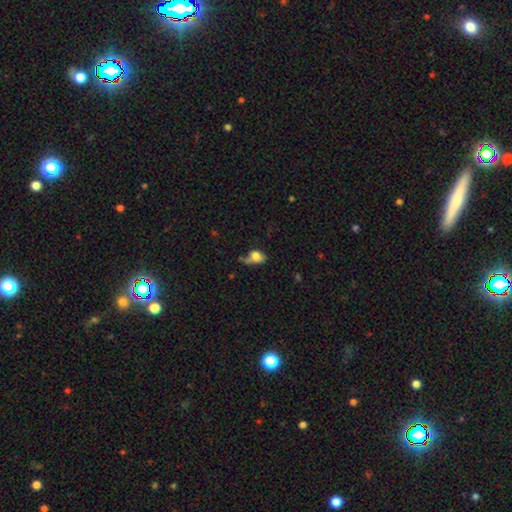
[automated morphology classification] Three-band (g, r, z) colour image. It shows a smooth galaxy with no disk features (73%) that is in between round and cigar-shaped (71%). Merging: minor disturbance (34%).